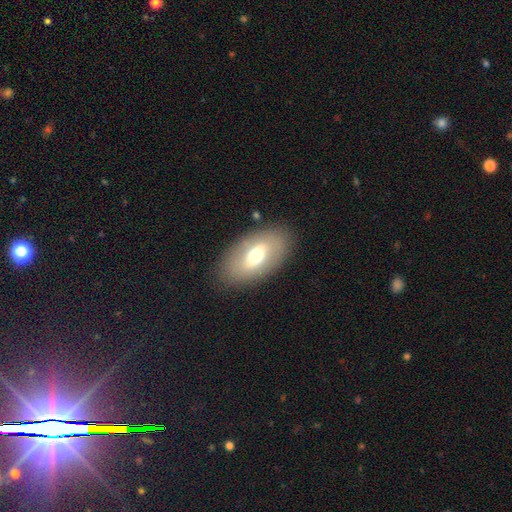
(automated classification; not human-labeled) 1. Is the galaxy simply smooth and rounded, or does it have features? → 56% smooth, 37% featured or disk, 7% star or artifact.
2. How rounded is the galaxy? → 92% in between, 6% round, 3% cigar-shaped.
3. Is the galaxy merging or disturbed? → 84% none, 10% minor disturbance, 5% major disturbance, 1% merger.